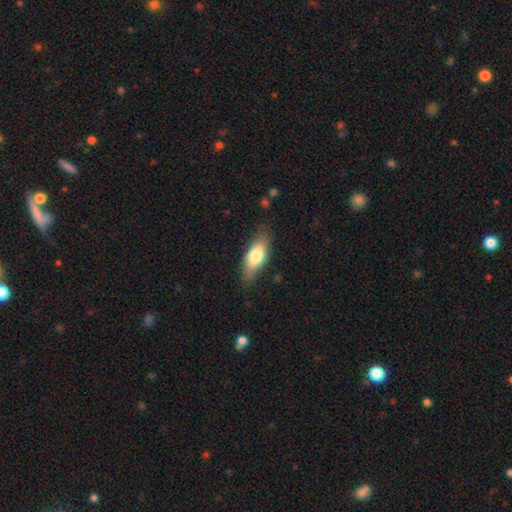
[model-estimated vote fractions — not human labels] The model was most divided on "smooth or featured": smooth: 73%, featured or disk: 22%, star or artifact: 6%. More confident: merging — none (79%); how rounded — in between (75%).